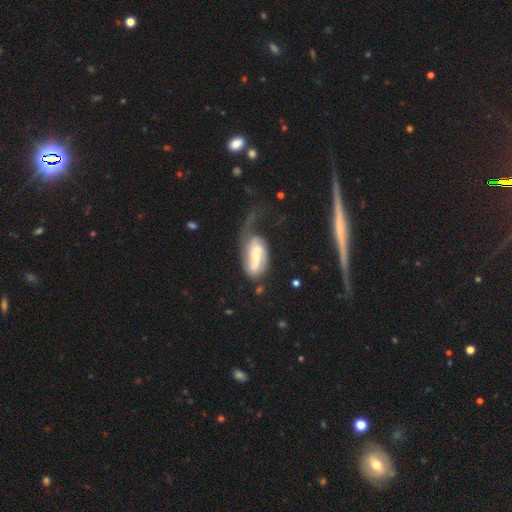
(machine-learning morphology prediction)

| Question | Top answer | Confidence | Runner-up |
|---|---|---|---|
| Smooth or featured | featured or disk | 72% | smooth (22%) |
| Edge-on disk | no | 95% | yes (5%) |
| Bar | weak | 42% | no (31%) |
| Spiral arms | yes | 90% | no (10%) |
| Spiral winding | loose | 38% | tied: medium (38%) |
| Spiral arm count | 2 | 60% | 1 (21%) |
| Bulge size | small | 45% | moderate (41%) |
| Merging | major disturbance | 46% | none (25%) |